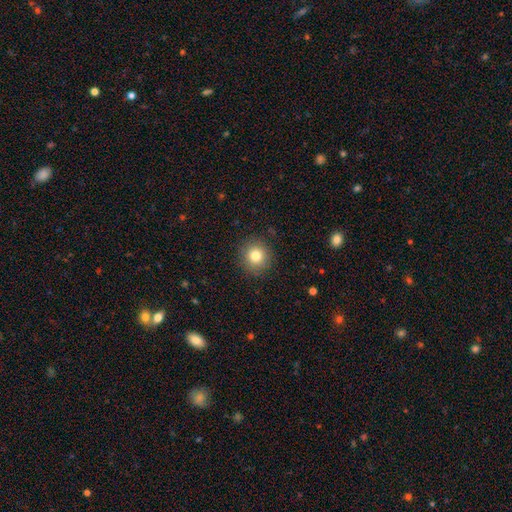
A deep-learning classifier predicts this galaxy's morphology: smooth 80%, star or artifact 11%, featured or disk 9%. Down the decision tree: how rounded — round (92%); merging — none (90%).